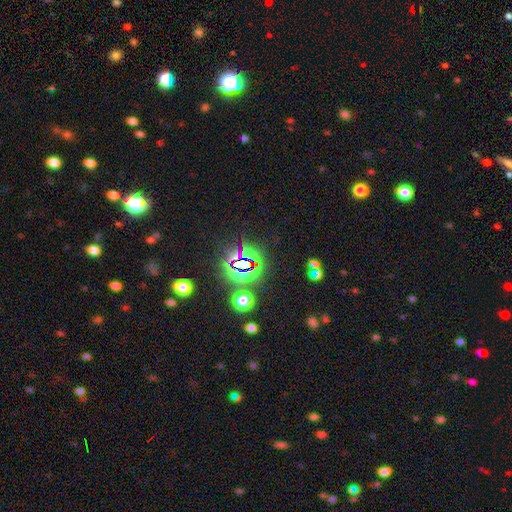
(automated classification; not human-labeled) This is likely a star or artifact rather than a galaxy (80%).